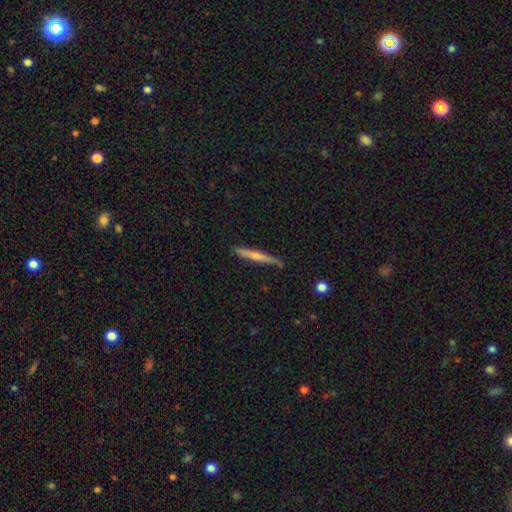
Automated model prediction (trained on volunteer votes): A smooth galaxy with no disk features (55%) that is cigar-shaped (96%).

Vote fractions:
- Smooth or featured? smooth: 55% / featured or disk: 39% / star or artifact: 6%
- How rounded? cigar-shaped: 96% / in between: 3% / round: 1%
- Merging? none: 83% / minor disturbance: 13% / major disturbance: 2% / merger: 2%